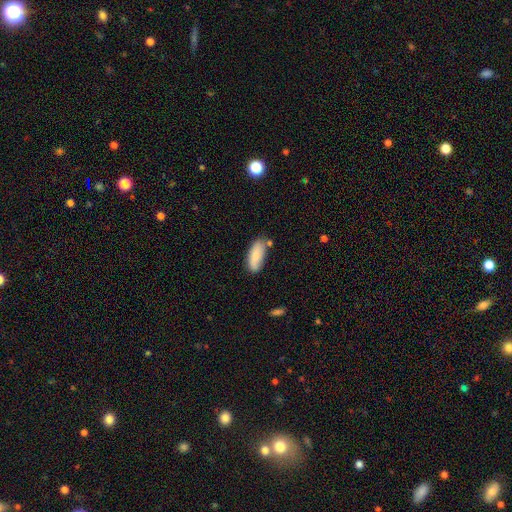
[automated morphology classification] Smooth or featured?
  - smooth: 83% *
  - featured or disk: 10%
  - star or artifact: 7%
How rounded?
  - in between: 78% *
  - cigar-shaped: 20%
  - round: 2%
Merging?
  - none: 68% *
  - minor disturbance: 21%
  - merger: 7%
  - major disturbance: 4%